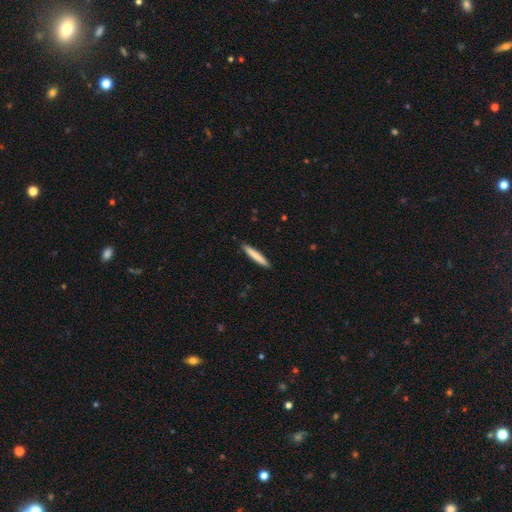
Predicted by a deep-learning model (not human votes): smooth 79%, featured or disk 15%, star or artifact 6%. Down the decision tree: how rounded — cigar-shaped (95%); merging — none (91%).